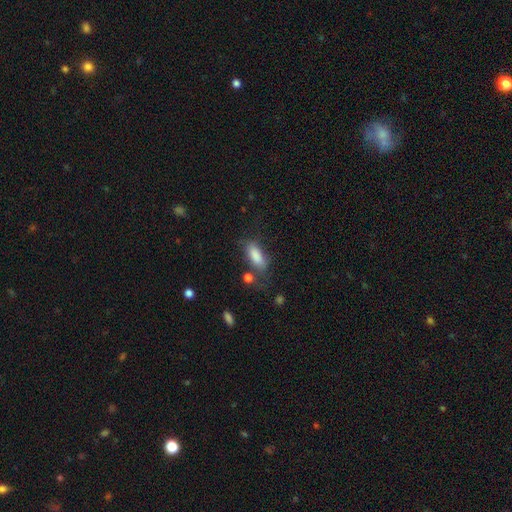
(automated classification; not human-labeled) A smooth galaxy with no disk features (82%) that is in between round and cigar-shaped (72%). Merging: none (59%).